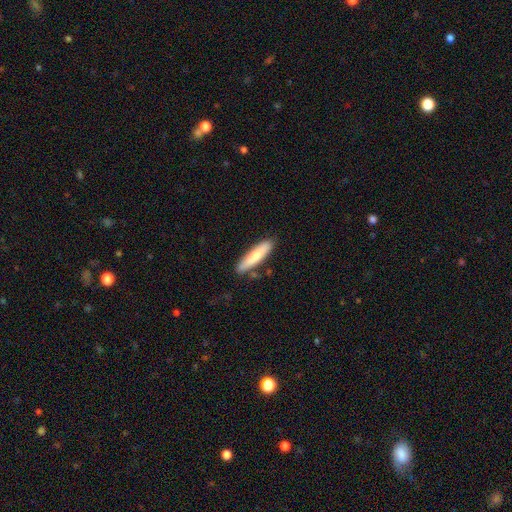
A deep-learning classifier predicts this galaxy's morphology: Overall: smooth (77%). How rounded: cigar-shaped (83%). Merging: none (83%).